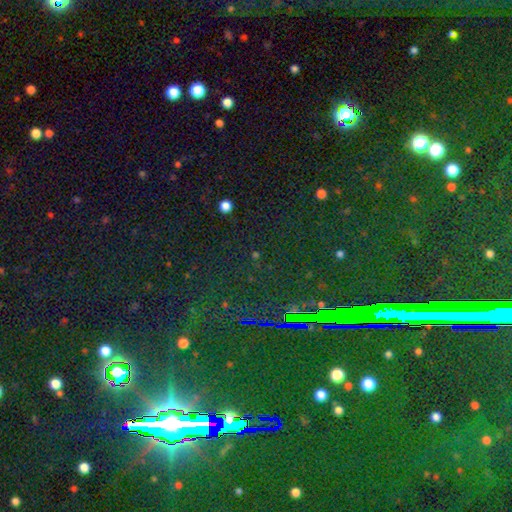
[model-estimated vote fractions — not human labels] Smooth or featured? Predicted: star or artifact (p=0.78).